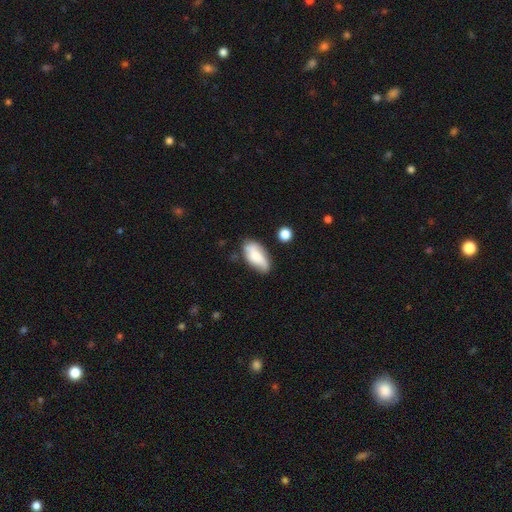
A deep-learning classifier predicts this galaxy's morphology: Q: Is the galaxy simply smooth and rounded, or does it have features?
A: smooth — 71%.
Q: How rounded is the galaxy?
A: in between — 89%.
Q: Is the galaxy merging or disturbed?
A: none — 59%.